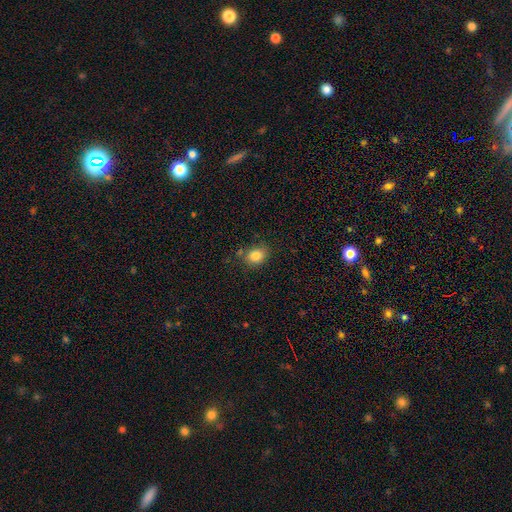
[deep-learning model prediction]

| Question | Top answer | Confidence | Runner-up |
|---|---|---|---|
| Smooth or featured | smooth | 82% | star or artifact (11%) |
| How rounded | round | 52% | in between (47%) |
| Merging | none | 75% | minor disturbance (16%) |